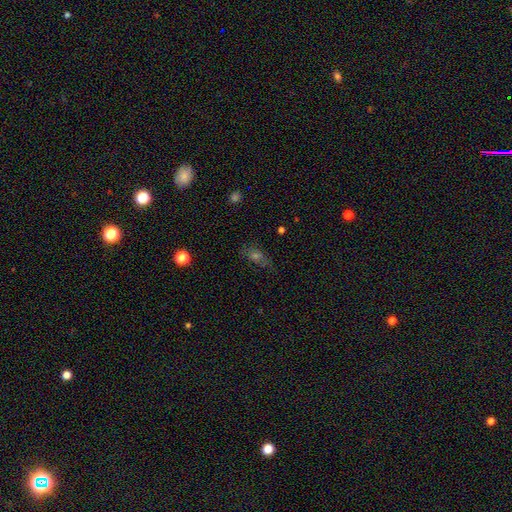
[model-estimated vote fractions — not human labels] This appears to be a smooth galaxy with no disk features (42%). Merging: none (64%).